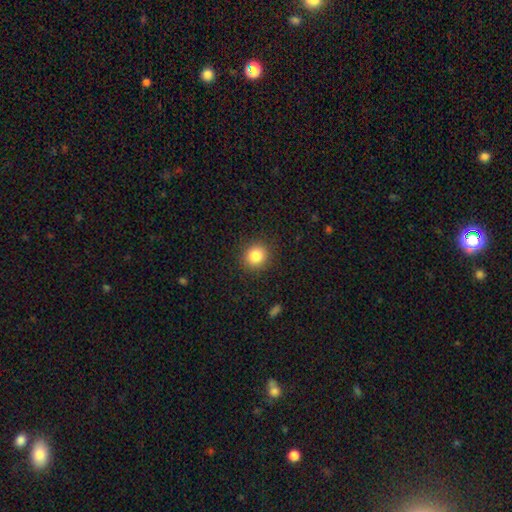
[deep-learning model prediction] smooth-or-featured: smooth: 84% | star or artifact: 11% | featured or disk: 6%
  how-rounded: round: 88% | in between: 11% | cigar-shaped: 1%
  merging: none: 90% | minor disturbance: 7% | major disturbance: 2% | merger: 1%